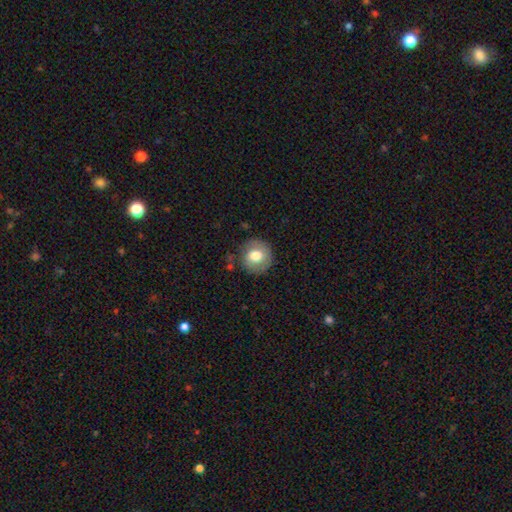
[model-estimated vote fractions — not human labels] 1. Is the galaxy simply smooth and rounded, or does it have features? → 74% smooth, 18% featured or disk, 8% star or artifact.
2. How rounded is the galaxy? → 90% round, 9% in between, 1% cigar-shaped.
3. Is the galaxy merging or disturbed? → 80% none, 14% minor disturbance, 4% major disturbance, 2% merger.